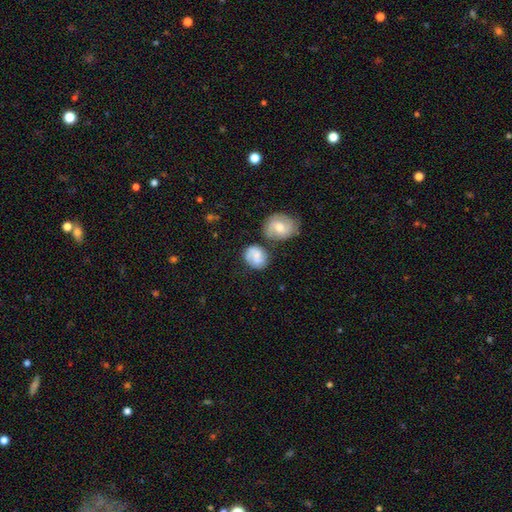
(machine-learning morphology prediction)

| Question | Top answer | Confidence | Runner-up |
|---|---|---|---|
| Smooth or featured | smooth | 47% | featured or disk (45%) |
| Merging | none | 54% | merger (21%) |